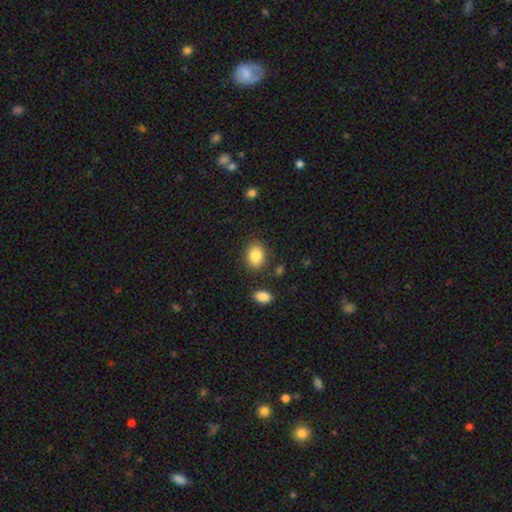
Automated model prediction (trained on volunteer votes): Overall: smooth (86%). How rounded: in between (64%; round 35%). Merging: none (85%).